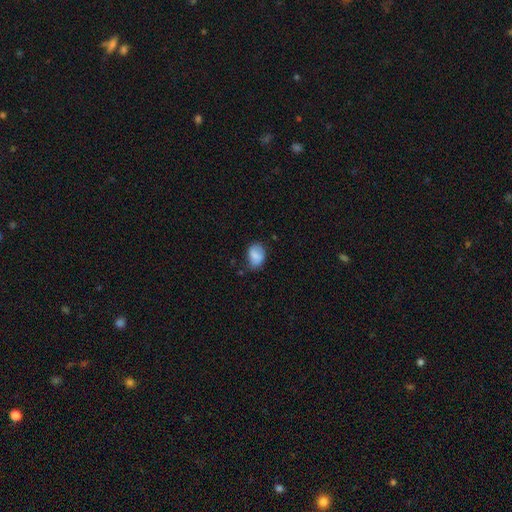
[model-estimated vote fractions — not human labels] smooth_or_featured: smooth (p=0.76) [alt: featured or disk p=0.16]
how_rounded: in between (p=0.75) [alt: round p=0.24]
merging: none (p=0.53) [alt: minor disturbance p=0.35]